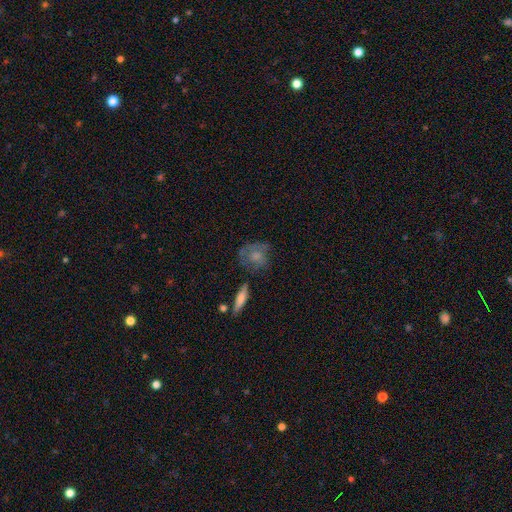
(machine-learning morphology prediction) smooth_or_featured: smooth (p=0.61) [alt: featured or disk p=0.30]
how_rounded: round (p=0.65) [alt: in between p=0.32]
merging: none (p=0.55) [alt: minor disturbance p=0.25]